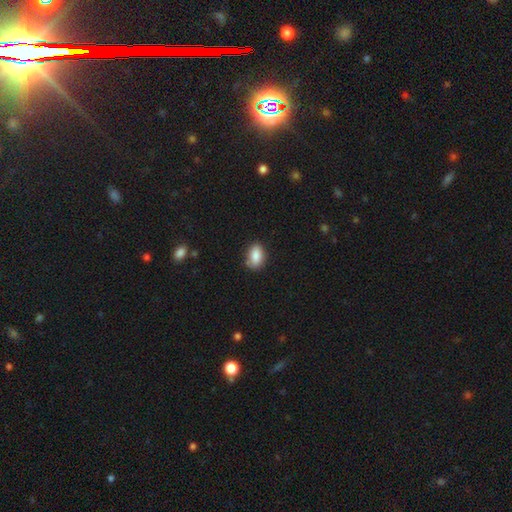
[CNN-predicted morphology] Overall: smooth (87%). How rounded: in between (89%). Merging: none (77%).